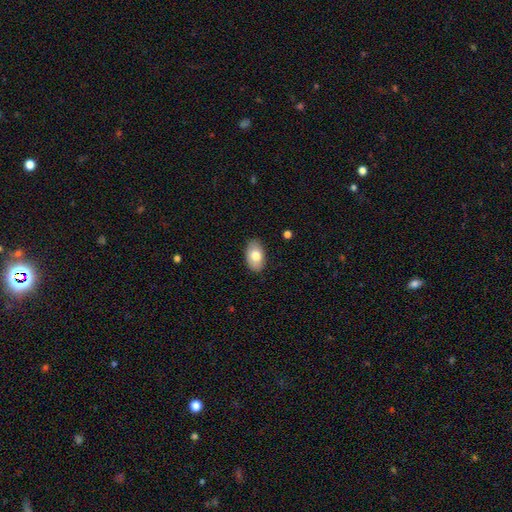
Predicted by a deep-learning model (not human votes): A smooth galaxy with no disk features (77%) that is in between round and cigar-shaped (92%). Merging: none (87%).